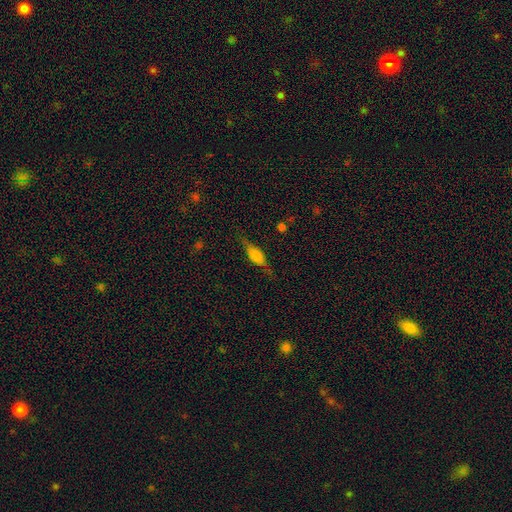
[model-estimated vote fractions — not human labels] The model was most divided on "smooth or featured": smooth: 55%, featured or disk: 37%, star or artifact: 9%. More confident: merging — none (70%); how rounded — in between (59%).